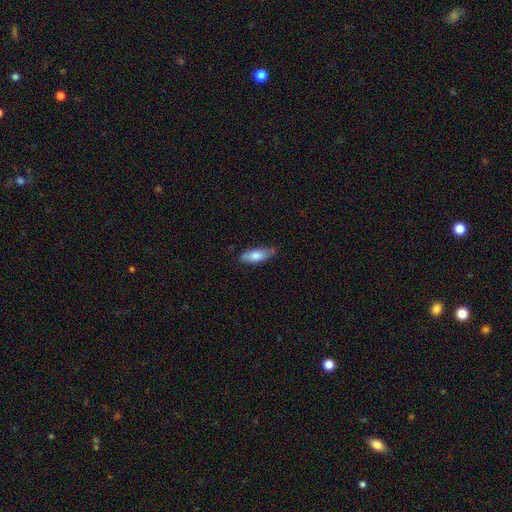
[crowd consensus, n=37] Q: Smooth or featured?
A: smooth (73%); runner-up: featured or disk (24%)
Q: How rounded?
A: in between (63%); runner-up: cigar-shaped (37%)
Q: Merging?
A: none (81%); runner-up: minor disturbance (14%)